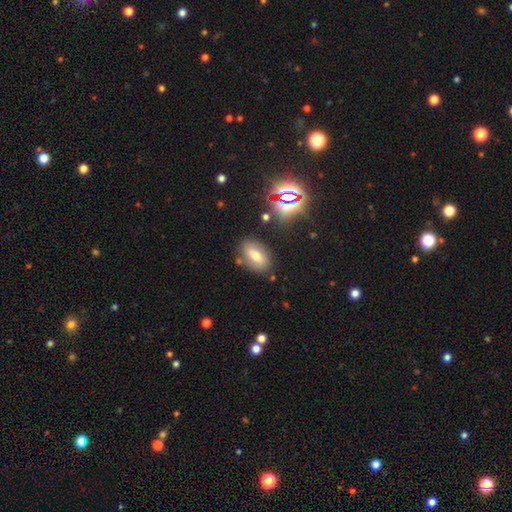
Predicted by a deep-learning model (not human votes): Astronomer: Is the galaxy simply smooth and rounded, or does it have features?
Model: smooth — 60%.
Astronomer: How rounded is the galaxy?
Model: in between — 86%.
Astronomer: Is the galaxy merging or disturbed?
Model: none — 80%.